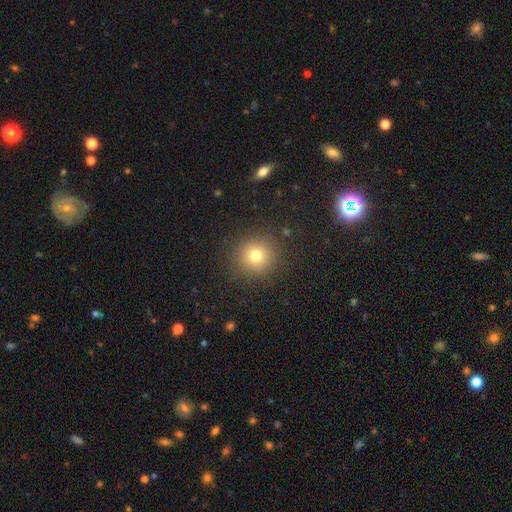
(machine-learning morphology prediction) This appears to be a smooth galaxy with no disk features (76%) that is round (93%). Merging: none (89%).